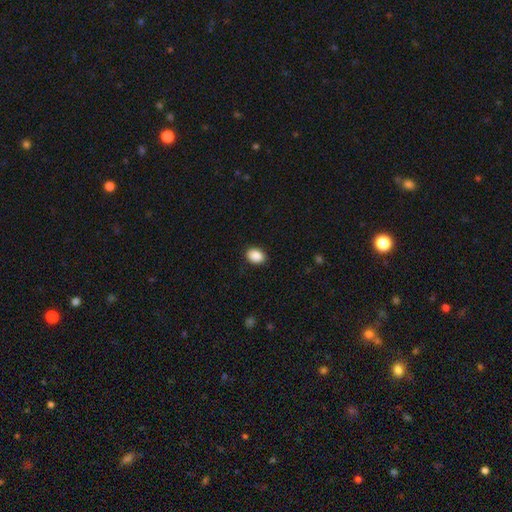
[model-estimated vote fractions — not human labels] This is clearly a smooth galaxy (90%). How rounded: likely in between (73%). Merging: clearly none (88%).